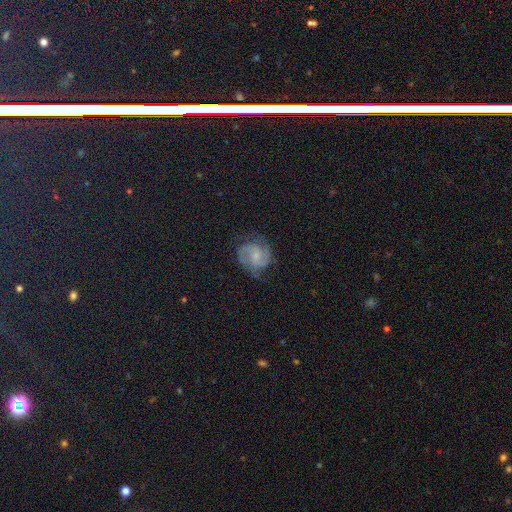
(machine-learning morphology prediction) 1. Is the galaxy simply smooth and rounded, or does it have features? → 75% featured or disk, 17% smooth, 7% star or artifact.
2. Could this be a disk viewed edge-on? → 98% no, 2% yes.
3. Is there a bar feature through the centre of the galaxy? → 58% no, 36% weak, 6% strong.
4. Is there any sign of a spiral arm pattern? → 95% yes, 5% no.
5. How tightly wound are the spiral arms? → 48% medium, 38% tight, 14% loose.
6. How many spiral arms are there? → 75% 2, 10% can't tell, 8% 3, 3% 1, 2% 4, 2% more than 4.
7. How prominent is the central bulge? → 57% small, 26% moderate, 13% none, 3% large, 1% dominant.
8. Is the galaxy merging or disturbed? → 71% none, 19% minor disturbance, 9% major disturbance, 1% merger.